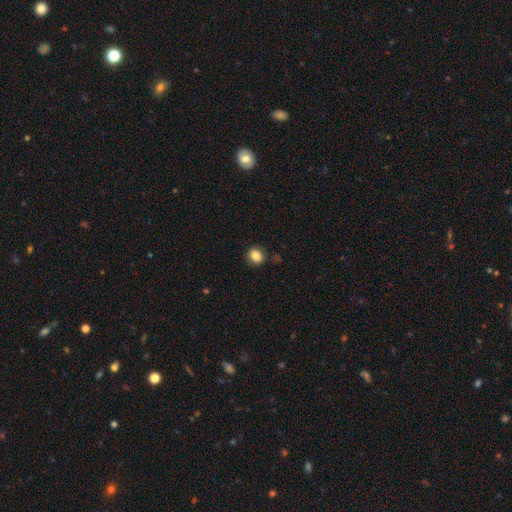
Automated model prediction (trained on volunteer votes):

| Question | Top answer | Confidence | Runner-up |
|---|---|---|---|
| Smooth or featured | smooth | 85% | star or artifact (10%) |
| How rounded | round | 70% | in between (29%) |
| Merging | none | 86% | minor disturbance (10%) |